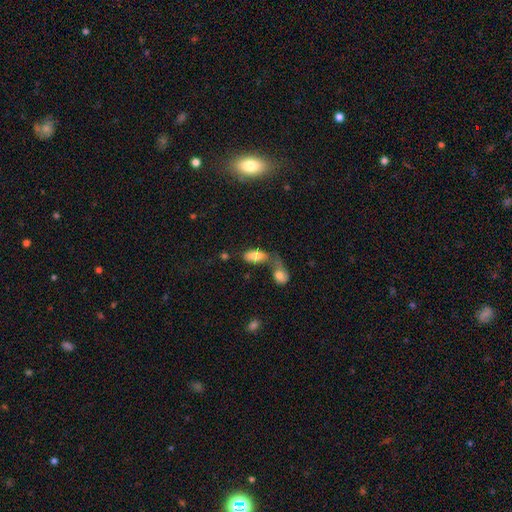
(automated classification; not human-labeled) Smooth or featured? smooth (76%)
How rounded? in between (91%)
Merging? merger (52%)